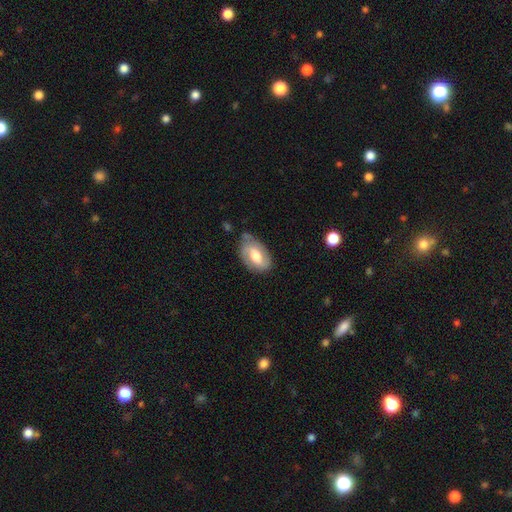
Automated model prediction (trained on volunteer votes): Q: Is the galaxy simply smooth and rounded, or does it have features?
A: featured or disk — 52%.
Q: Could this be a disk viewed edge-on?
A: no — 94%.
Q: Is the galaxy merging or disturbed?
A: none — 64%.